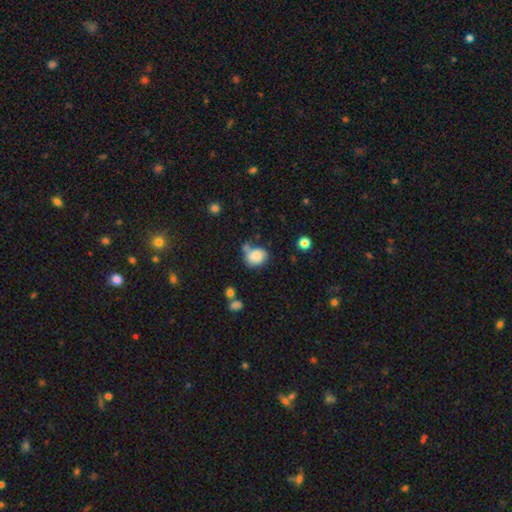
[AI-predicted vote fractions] Overall: smooth (81%). How rounded: round (50%; in between 49%). Merging: none (43%; minor disturbance 23%).